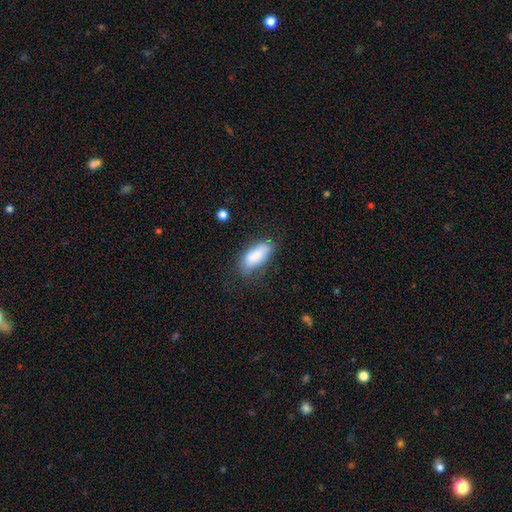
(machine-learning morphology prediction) smooth 84%, featured or disk 9%, star or artifact 7%. Down the decision tree: how rounded — in between (83%); merging — none (67%).